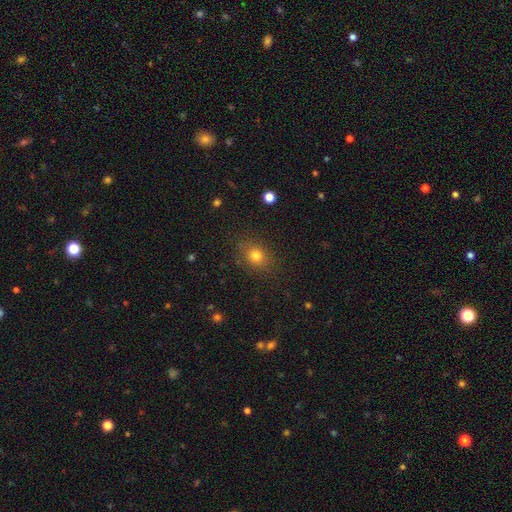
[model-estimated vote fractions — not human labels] Smooth or featured: smooth — 78% (star or artifact — 13%)
How rounded: round — 57% (in between — 42%)
Merging: none — 84% (minor disturbance — 11%)